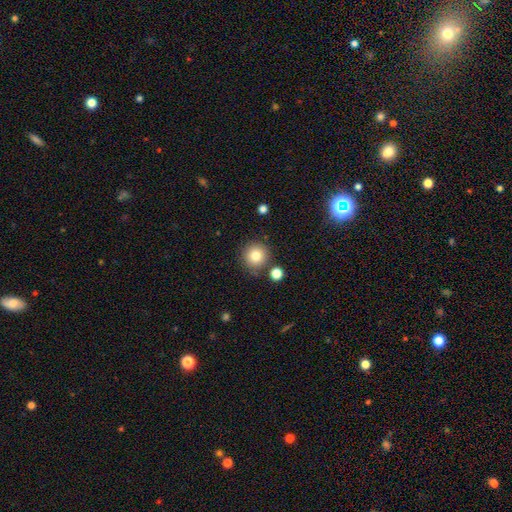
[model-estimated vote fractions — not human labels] A smooth galaxy with no disk features (81%) that is round (94%). Merging: none (83%).